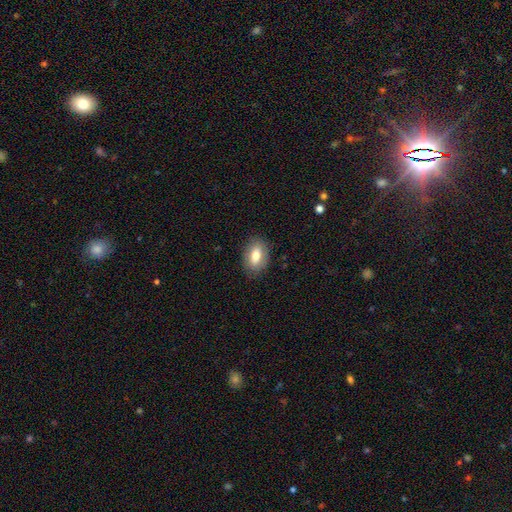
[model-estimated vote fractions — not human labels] Smooth or featured: smooth — 79% (featured or disk — 14%)
How rounded: in between — 89% (round — 8%)
Merging: none — 86% (minor disturbance — 11%)